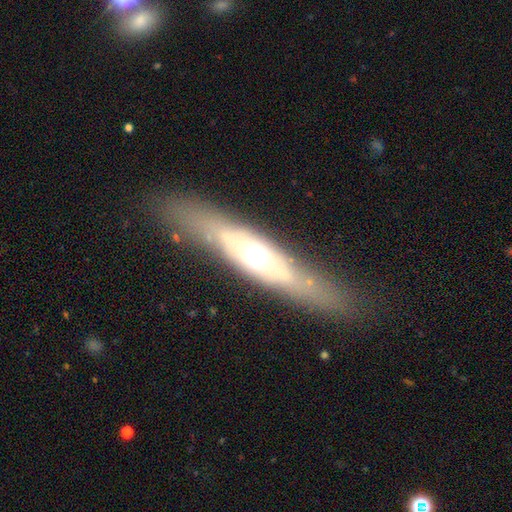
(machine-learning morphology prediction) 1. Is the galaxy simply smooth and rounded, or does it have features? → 61% featured or disk, 32% smooth, 7% star or artifact.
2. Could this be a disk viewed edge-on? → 69% yes, 31% no.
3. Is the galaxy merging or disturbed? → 80% none, 13% minor disturbance, 6% major disturbance, 2% merger.